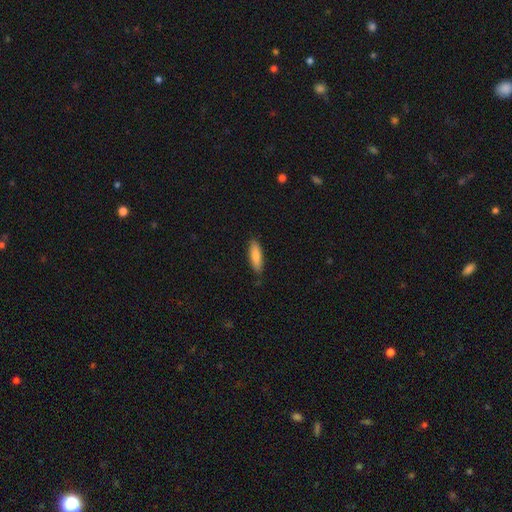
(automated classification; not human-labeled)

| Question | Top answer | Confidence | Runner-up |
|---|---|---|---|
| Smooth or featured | smooth | 83% | featured or disk (12%) |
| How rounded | cigar-shaped | 50% | in between (48%) |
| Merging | none | 83% | minor disturbance (13%) |